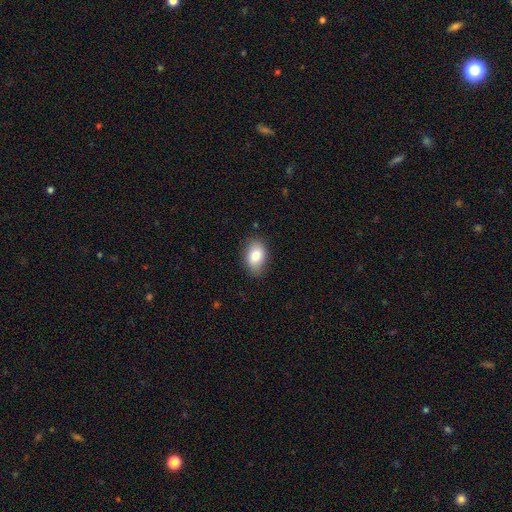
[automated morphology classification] Smooth or featured?
  - smooth: 82% *
  - featured or disk: 11%
  - star or artifact: 8%
How rounded?
  - in between: 86% *
  - round: 13%
  - cigar-shaped: 1%
Merging?
  - none: 84% *
  - minor disturbance: 12%
  - major disturbance: 3%
  - merger: 1%